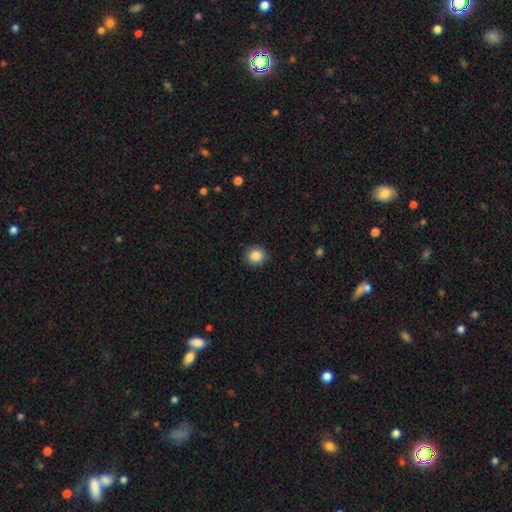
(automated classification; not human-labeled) Overall: smooth (88%). How rounded: round (88%). Merging: none (90%).